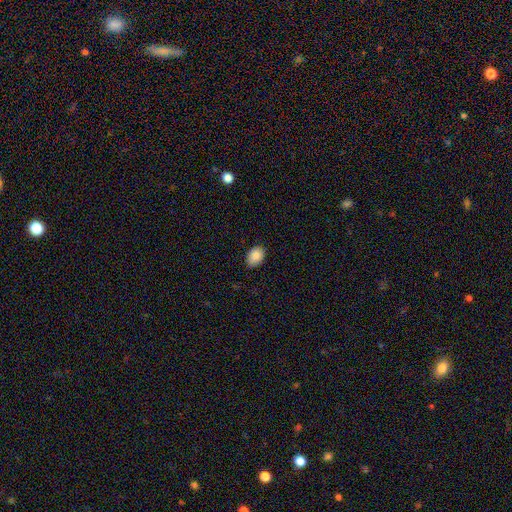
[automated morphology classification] A smooth galaxy with no disk features (87%) that is in between round and cigar-shaped (80%).

Vote fractions:
- Smooth or featured? smooth: 87% / star or artifact: 8% / featured or disk: 6%
- How rounded? in between: 80% / round: 19% / cigar-shaped: 1%
- Merging? none: 83% / minor disturbance: 14% / major disturbance: 2% / merger: 1%